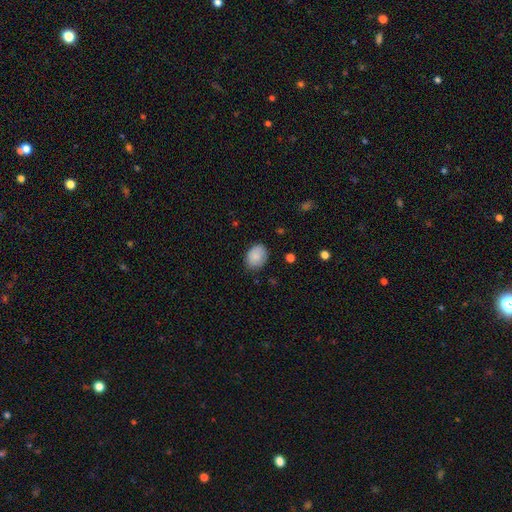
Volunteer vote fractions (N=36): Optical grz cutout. It shows a smooth galaxy with no disk features (92%) that is in between round and cigar-shaped (70%). Merging: none (86%).